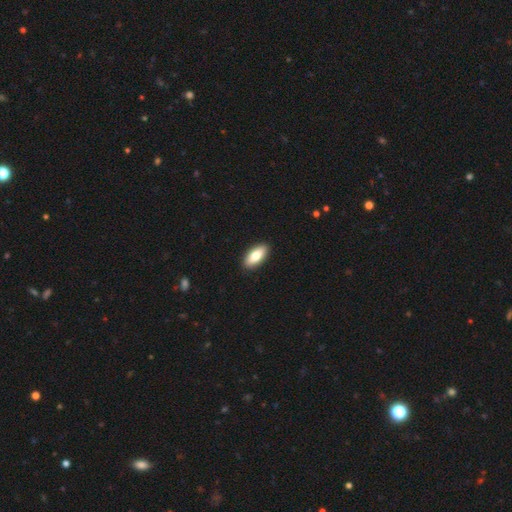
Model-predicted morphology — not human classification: The model was most divided on "smooth or featured": smooth: 78%, featured or disk: 16%, star or artifact: 6%. More confident: merging — none (91%); how rounded — in between (85%).